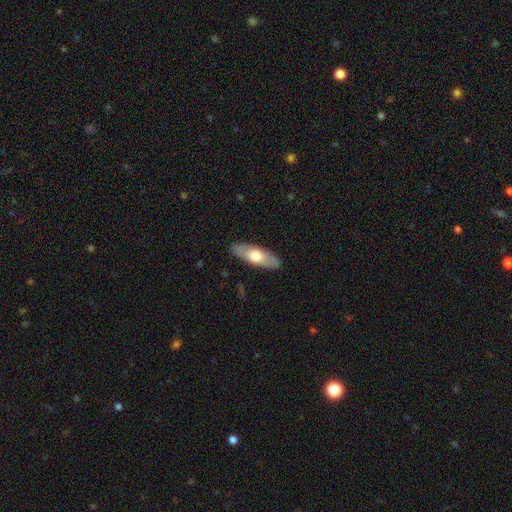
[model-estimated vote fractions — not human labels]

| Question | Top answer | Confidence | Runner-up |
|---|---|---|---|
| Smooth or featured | smooth | 61% | featured or disk (34%) |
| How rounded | in between | 66% | cigar-shaped (31%) |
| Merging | none | 89% | minor disturbance (8%) |